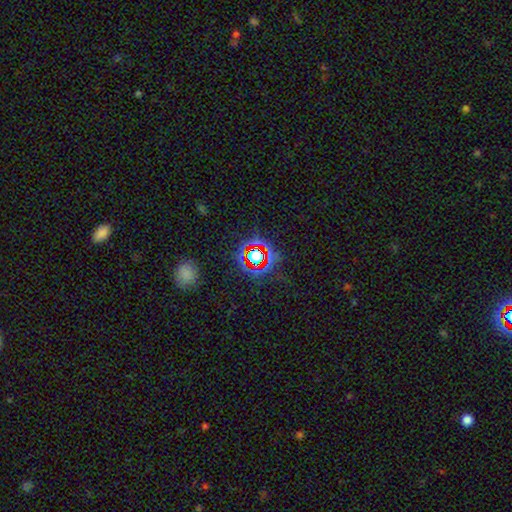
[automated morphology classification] Smooth or featured: star or artifact — 72% (smooth — 18%)